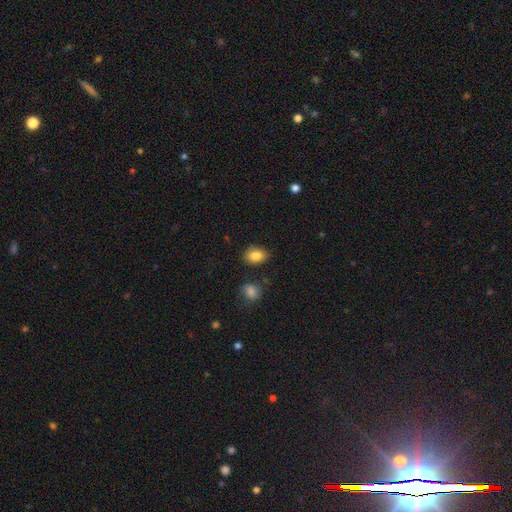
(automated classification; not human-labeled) The model was most divided on "how rounded": in between: 71%, round: 28%, cigar-shaped: 1%. More confident: smooth or featured — smooth (84%); merging — none (81%).